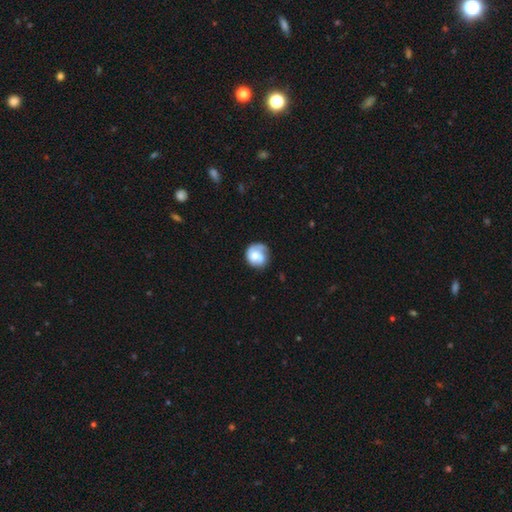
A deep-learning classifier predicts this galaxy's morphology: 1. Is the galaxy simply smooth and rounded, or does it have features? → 51% smooth, 41% featured or disk, 8% star or artifact.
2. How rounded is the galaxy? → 77% round, 22% in between, 1% cigar-shaped.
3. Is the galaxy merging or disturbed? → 50% none, 25% minor disturbance, 16% major disturbance, 9% merger.